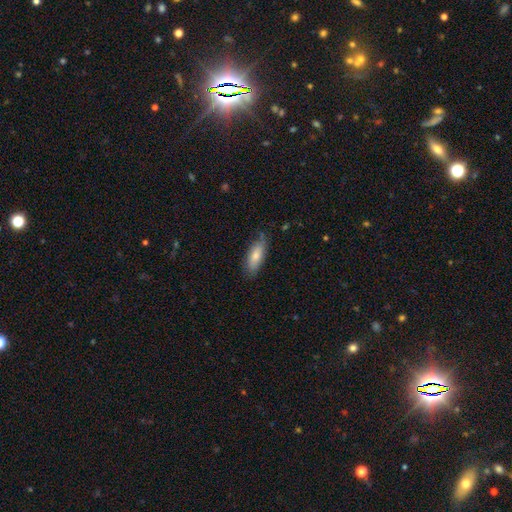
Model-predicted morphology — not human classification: Smooth or featured? smooth (77%)
How rounded? in between (73%)
Merging? none (72%)